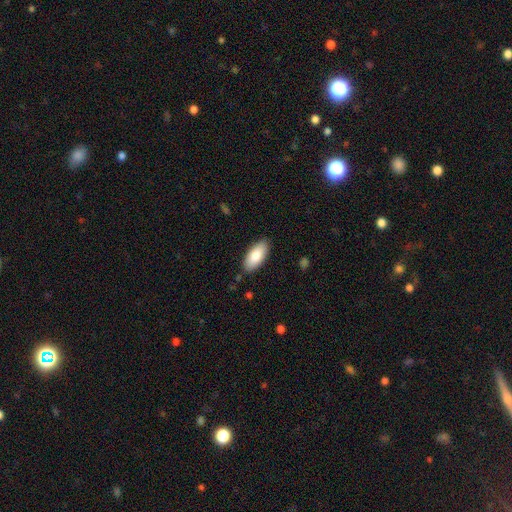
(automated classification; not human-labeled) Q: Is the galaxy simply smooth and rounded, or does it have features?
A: smooth — 84%.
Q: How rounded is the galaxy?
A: in between — 90%.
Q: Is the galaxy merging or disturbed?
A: none — 87%.